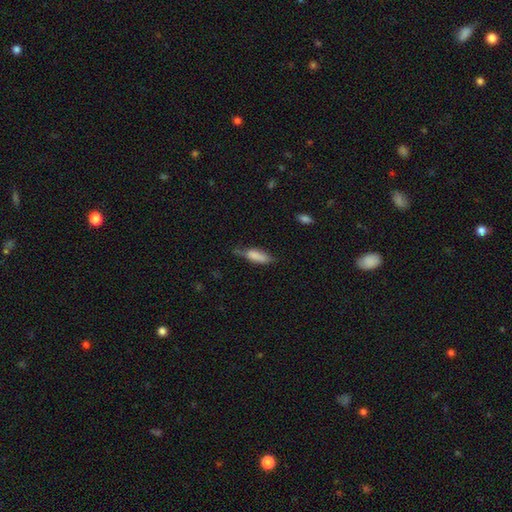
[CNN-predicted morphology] smooth_or_featured: smooth (p=0.79) [alt: featured or disk p=0.13]
how_rounded: in between (p=0.59) [alt: cigar-shaped p=0.39]
merging: none (p=0.41) [alt: minor disturbance p=0.40]